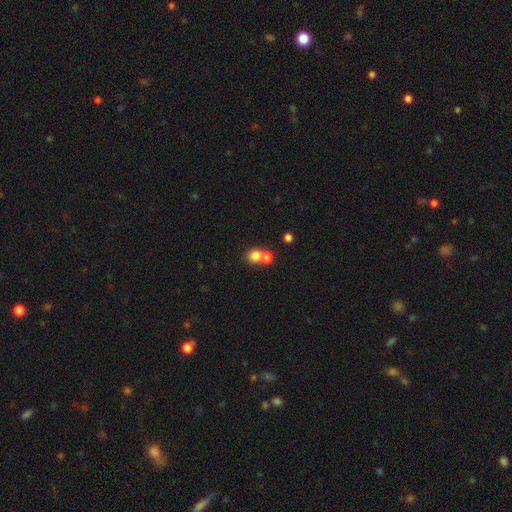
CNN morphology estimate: Smooth or featured? Predicted: smooth (p=0.79). How rounded? Predicted: round (p=0.79). Merging? Predicted: merger (p=0.55).